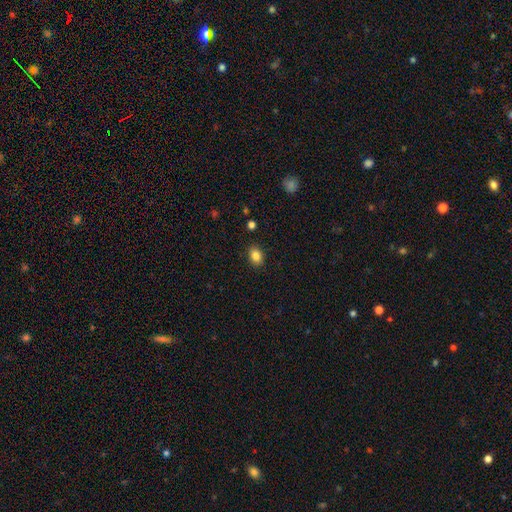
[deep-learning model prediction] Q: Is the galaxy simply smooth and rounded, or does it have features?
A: smooth — 85%.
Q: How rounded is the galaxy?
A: in between — 70%.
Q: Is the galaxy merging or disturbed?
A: none — 88%.